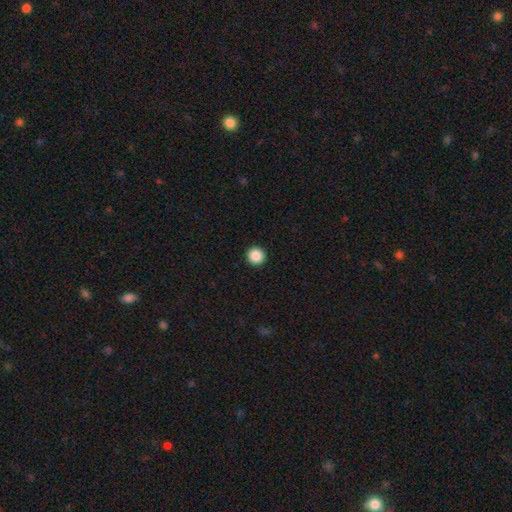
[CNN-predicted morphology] This is clearly a smooth galaxy (88%). How rounded: clearly round (95%). Merging: clearly none (94%).